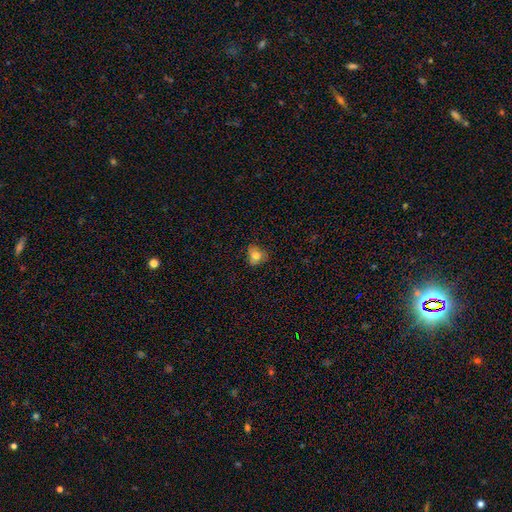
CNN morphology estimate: This appears to be a smooth galaxy with no disk features (77%) that is round (68%). Merging: none (71%).